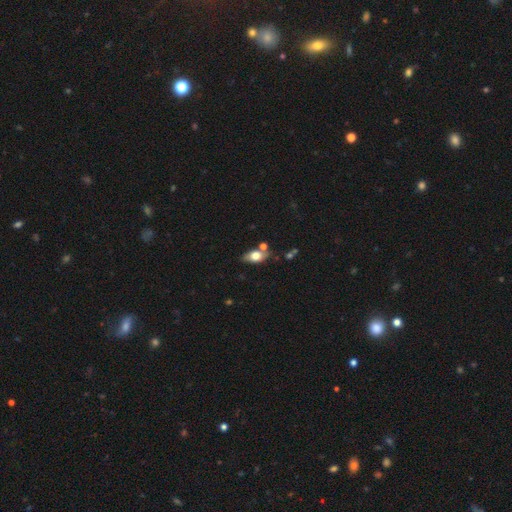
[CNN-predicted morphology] Smooth or featured: smooth — 66% (featured or disk — 26%)
How rounded: in between — 83% (round — 10%)
Merging: none — 65% (minor disturbance — 17%)